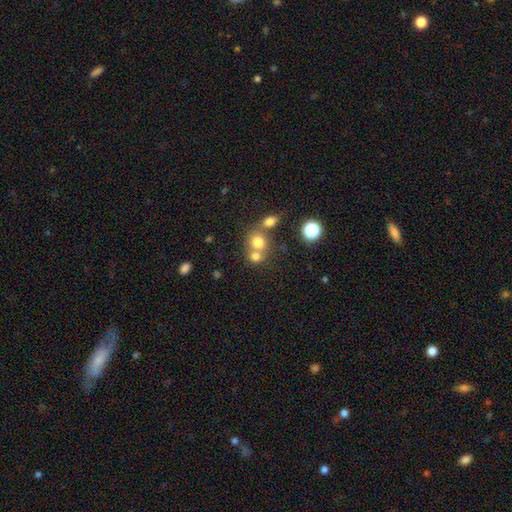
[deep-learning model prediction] Morphology: type=smooth (53%); roundness=round (81%); merging=none (45%).